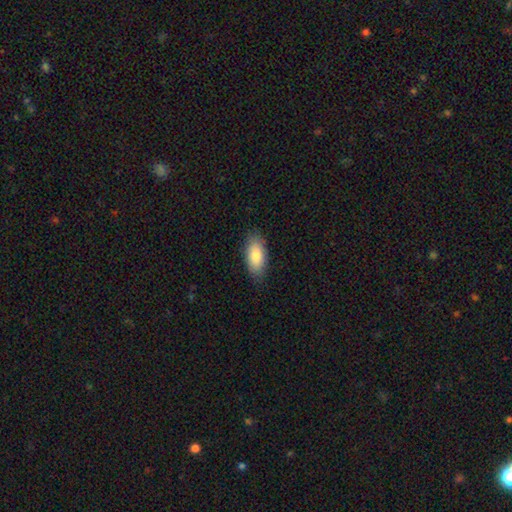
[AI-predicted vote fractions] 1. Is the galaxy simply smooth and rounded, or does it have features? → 86% smooth, 8% featured or disk, 6% star or artifact.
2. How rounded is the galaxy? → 91% in between, 7% cigar-shaped, 2% round.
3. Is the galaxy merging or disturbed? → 84% none, 12% minor disturbance, 3% major disturbance, 1% merger.